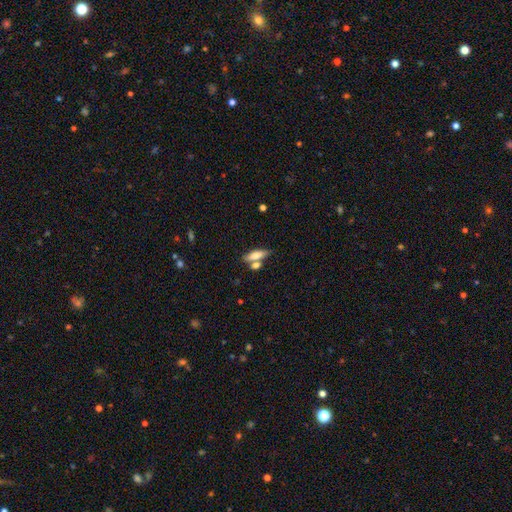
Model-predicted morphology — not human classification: Smooth or featured? Predicted: smooth (p=0.67). How rounded? Predicted: cigar-shaped (p=0.50). Merging? Predicted: none (p=0.59).